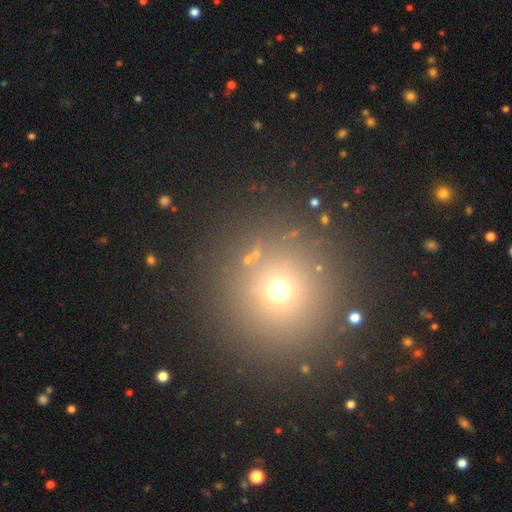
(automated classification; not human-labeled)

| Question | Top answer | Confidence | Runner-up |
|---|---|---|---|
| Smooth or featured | smooth | 62% | star or artifact (29%) |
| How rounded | round | 93% | in between (6%) |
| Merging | none | 84% | minor disturbance (7%) |